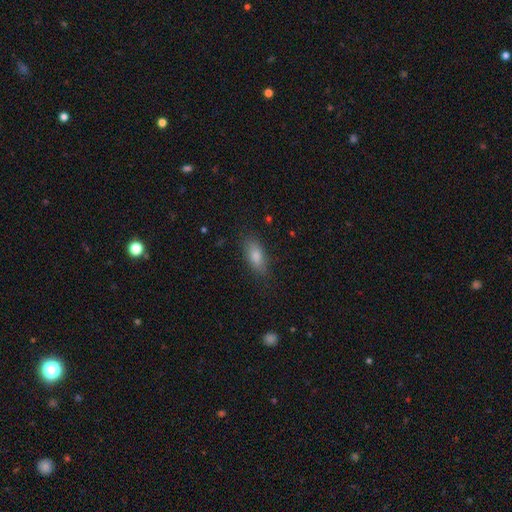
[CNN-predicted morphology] Smooth or featured? smooth (77%)
How rounded? in between (74%)
Merging? none (82%)